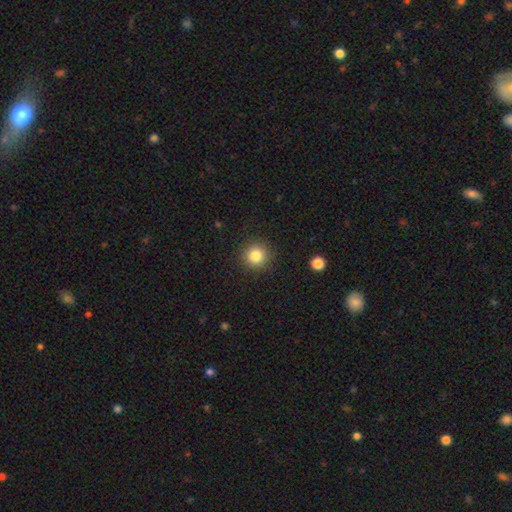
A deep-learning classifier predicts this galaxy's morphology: smooth_or_featured: smooth (p=0.84) [alt: star or artifact p=0.11]
how_rounded: round (p=0.94) [alt: in between p=0.05]
merging: none (p=0.90) [alt: minor disturbance p=0.07]